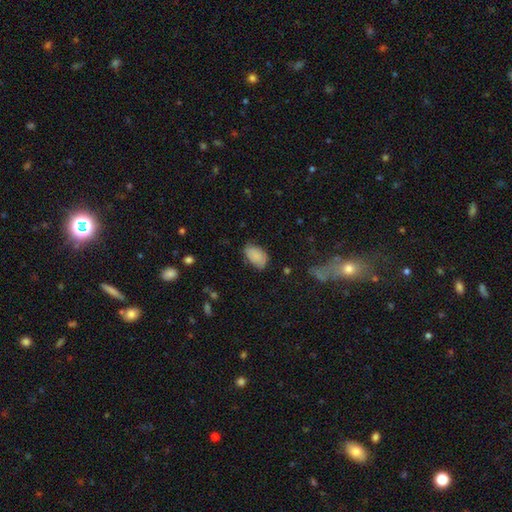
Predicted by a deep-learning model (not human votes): This is clearly a smooth galaxy (80%). How rounded: clearly in between (90%). Merging: likely none (62%).